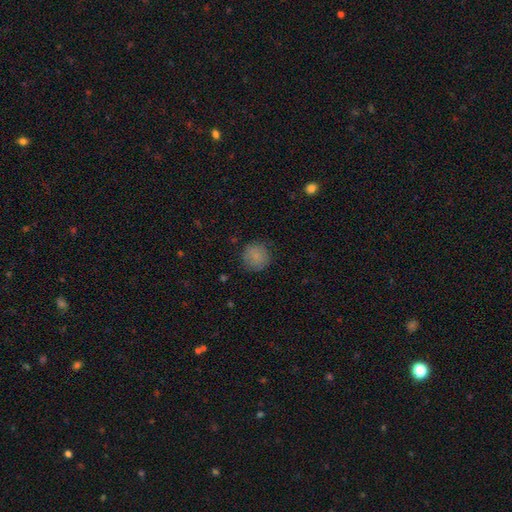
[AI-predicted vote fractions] Overall: smooth (83%). How rounded: round (92%). Merging: none (82%).